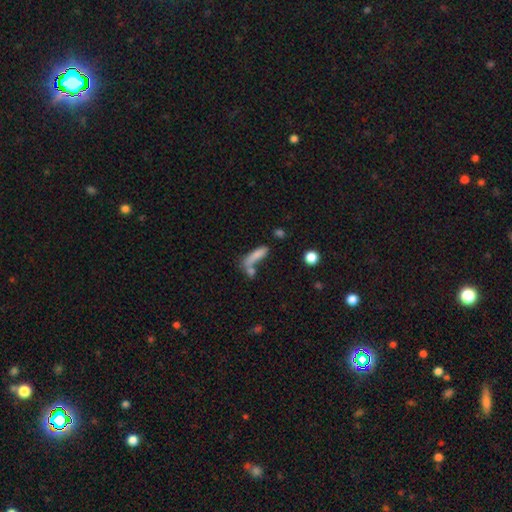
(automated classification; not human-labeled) The model was most divided on "merging": merger: 40%, none: 37%, minor disturbance: 13%, major disturbance: 11%. More confident: smooth or featured — smooth (73%); how rounded — cigar-shaped (63%).